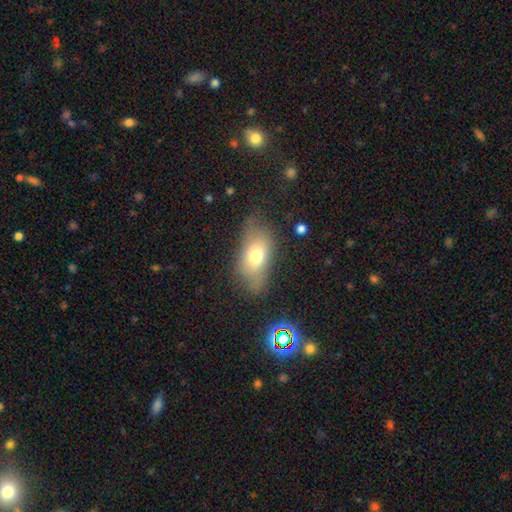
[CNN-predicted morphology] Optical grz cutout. It shows a smooth galaxy with no disk features (70%) that is in between round and cigar-shaped (86%). Merging: none (65%).